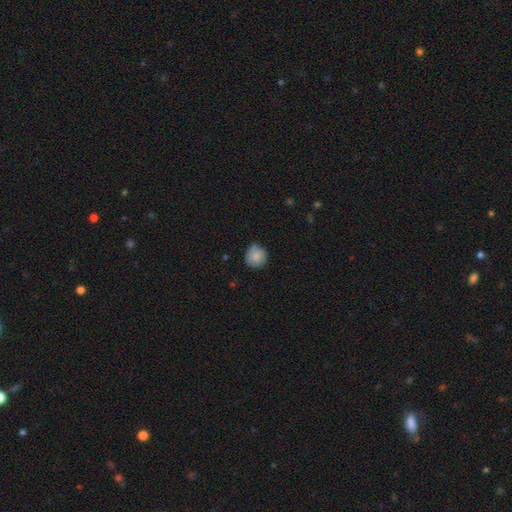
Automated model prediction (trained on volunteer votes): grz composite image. It shows a smooth galaxy with no disk features (84%) that is round (90%). Merging: none (69%).